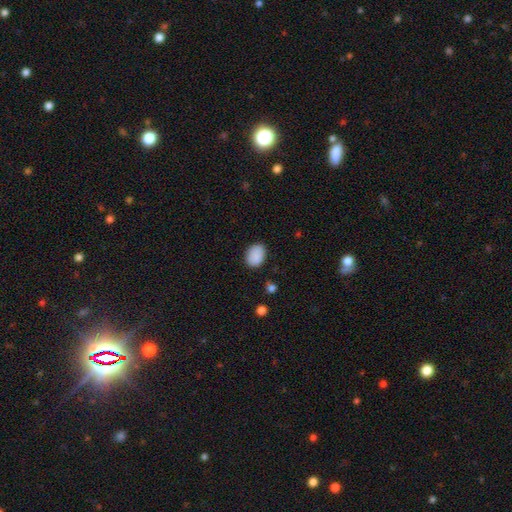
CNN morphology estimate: The model was most divided on "how rounded": in between: 72%, round: 27%, cigar-shaped: 1%. More confident: smooth or featured — smooth (89%); merging — none (84%).